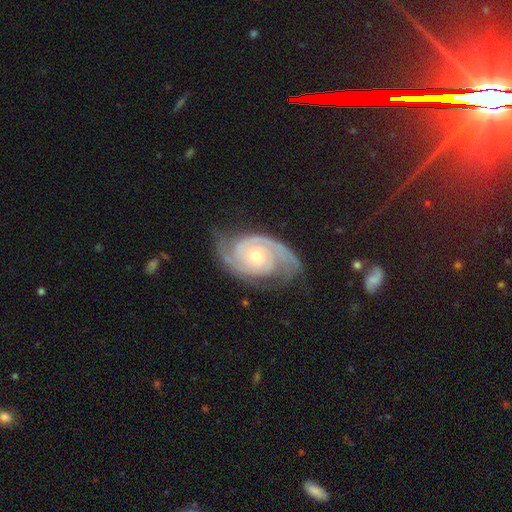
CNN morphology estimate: Q: Smooth or featured?
A: featured or disk (92%); runner-up: star or artifact (4%)
Q: Edge-on disk?
A: no (97%); runner-up: yes (3%)
Q: Bar?
A: no (75%); runner-up: weak (19%)
Q: Spiral arms?
A: yes (98%); runner-up: no (2%)
Q: Spiral winding?
A: tight (55%); runner-up: medium (37%)
Q: Spiral arm count?
A: 2 (81%); runner-up: 3 (8%)
Q: Bulge size?
A: small (54%); runner-up: moderate (43%)
Q: Merging?
A: none (74%); runner-up: minor disturbance (18%)